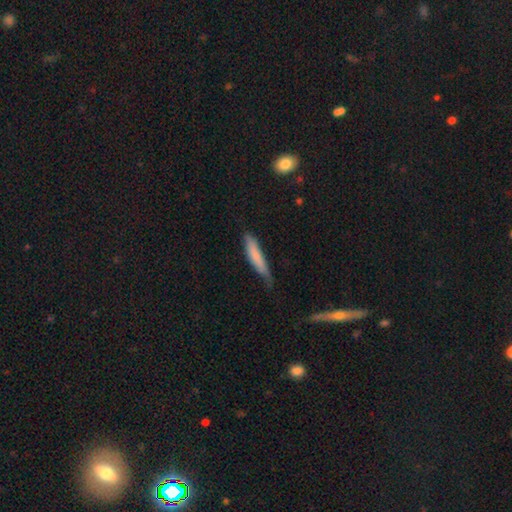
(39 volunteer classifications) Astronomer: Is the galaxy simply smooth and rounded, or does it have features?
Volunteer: smooth — 64%.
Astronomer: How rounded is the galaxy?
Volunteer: cigar-shaped — 96%.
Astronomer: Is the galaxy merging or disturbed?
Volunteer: none — 76%.